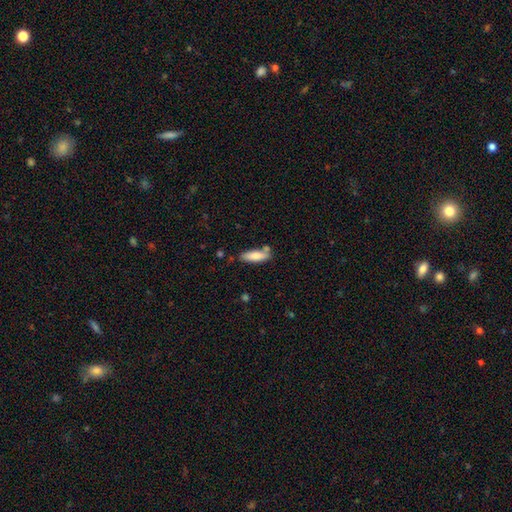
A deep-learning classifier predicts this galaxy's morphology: Smooth or featured? Predicted: smooth (p=0.80). How rounded? Predicted: in between (p=0.52). Merging? Predicted: none (p=0.68).